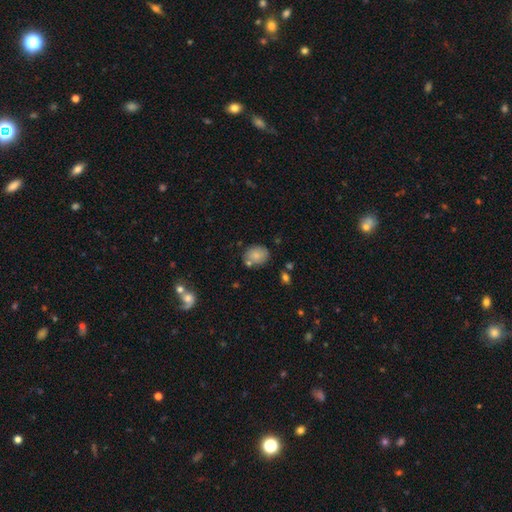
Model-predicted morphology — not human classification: The model was most divided on "how rounded": round: 56%, in between: 43%, cigar-shaped: 1%. More confident: smooth or featured — smooth (80%); merging — none (68%).